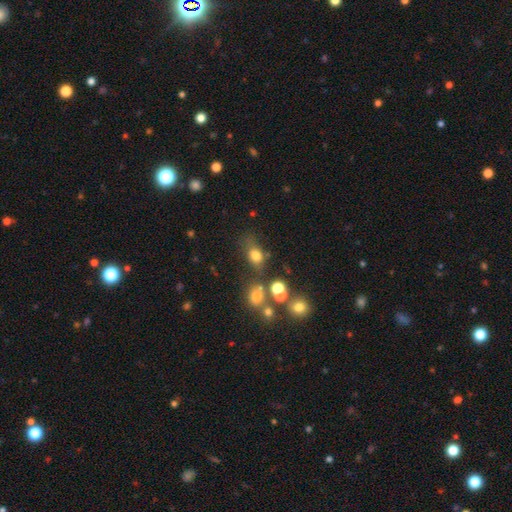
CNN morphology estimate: Q: Smooth or featured?
A: smooth (72%); runner-up: star or artifact (16%)
Q: How rounded?
A: in between (60%); runner-up: round (36%)
Q: Merging?
A: none (53%); runner-up: minor disturbance (20%)